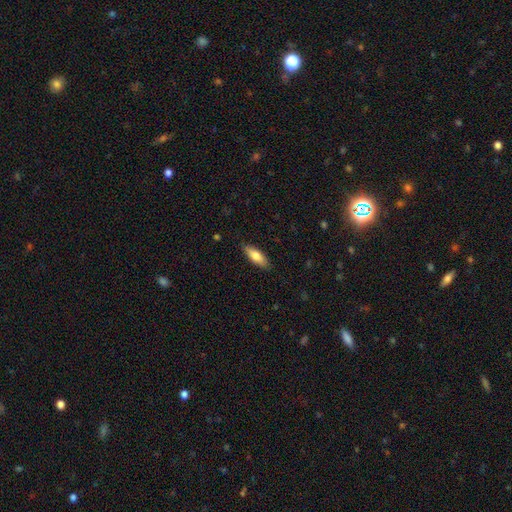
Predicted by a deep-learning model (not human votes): smooth-or-featured: smooth: 74% | featured or disk: 20% | star or artifact: 6%
  how-rounded: in between: 59% | cigar-shaped: 39% | round: 2%
  merging: none: 86% | minor disturbance: 11% | major disturbance: 2% | merger: 1%